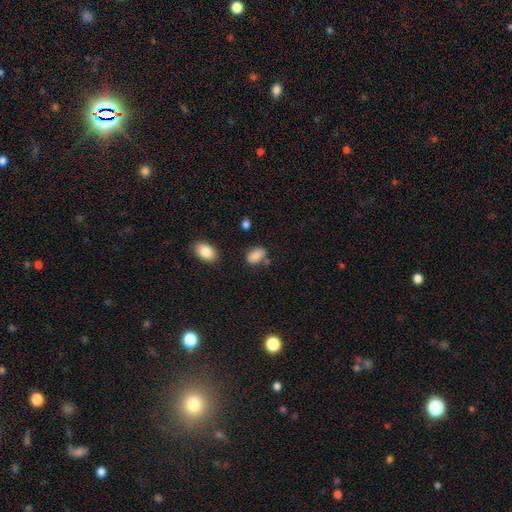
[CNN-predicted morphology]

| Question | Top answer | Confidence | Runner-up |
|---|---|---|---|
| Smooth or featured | smooth | 85% | star or artifact (8%) |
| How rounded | in between | 88% | round (11%) |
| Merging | none | 73% | minor disturbance (16%) |